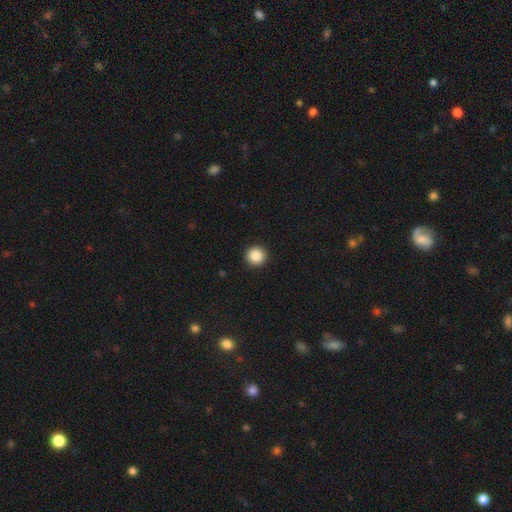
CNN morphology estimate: type=smooth (88%); roundness=round (95%); merging=none (93%).